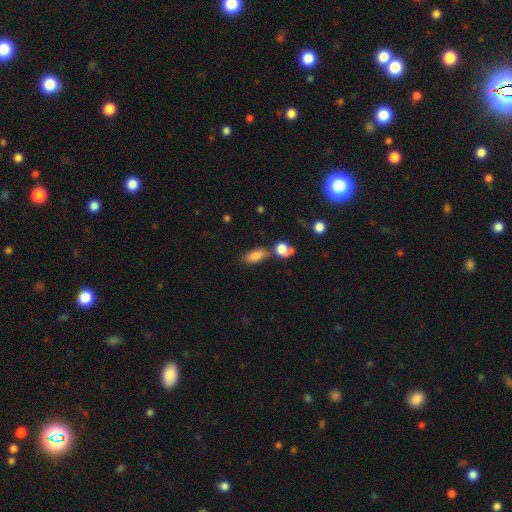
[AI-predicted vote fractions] Morphology: type=smooth (82%); roundness=in between (84%); merging=none (56%).